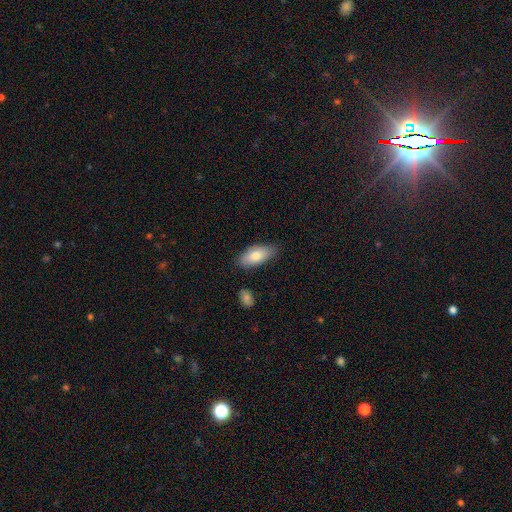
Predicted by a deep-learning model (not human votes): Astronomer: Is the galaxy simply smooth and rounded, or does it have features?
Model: smooth — 77%.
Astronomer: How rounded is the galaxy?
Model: in between — 86%.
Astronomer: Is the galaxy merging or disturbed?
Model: none — 82%.